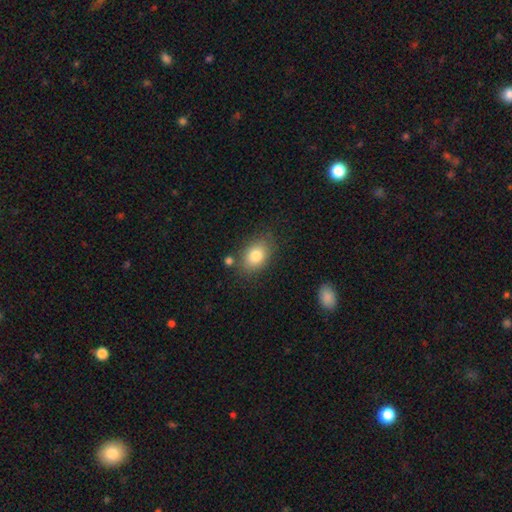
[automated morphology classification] smooth 81%, featured or disk 11%, star or artifact 9%. Down the decision tree: how rounded — in between (77%); merging — none (77%).